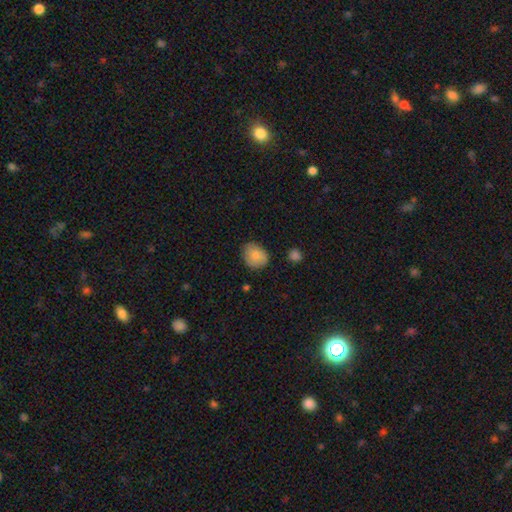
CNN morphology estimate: Smooth or featured: smooth — 81% (featured or disk — 12%)
How rounded: round — 57% (in between — 42%)
Merging: none — 73% (minor disturbance — 21%)